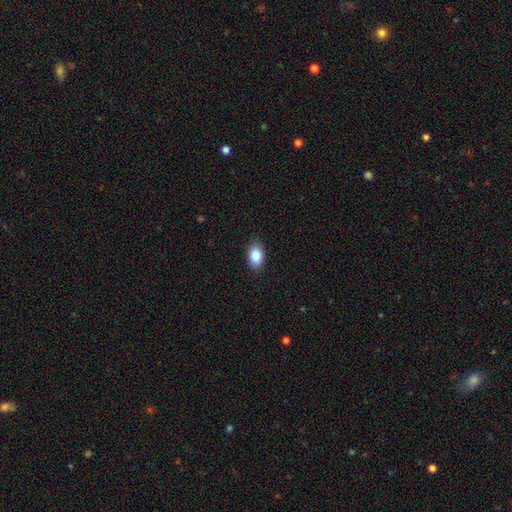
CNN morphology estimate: Overall: smooth (87%). How rounded: in between (90%). Merging: none (87%).